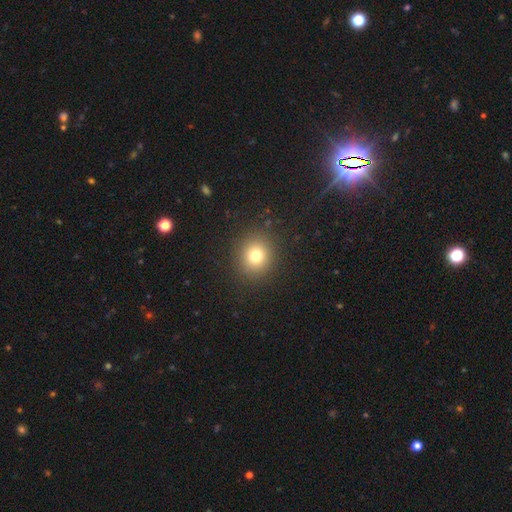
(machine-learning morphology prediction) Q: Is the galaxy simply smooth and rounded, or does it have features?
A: smooth — 77%.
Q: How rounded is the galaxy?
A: round — 86%.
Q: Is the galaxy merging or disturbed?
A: none — 90%.